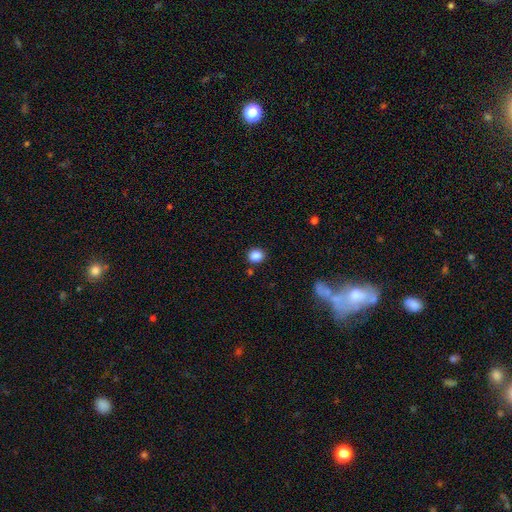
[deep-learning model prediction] The model was most divided on "how rounded": round: 78%, in between: 21%, cigar-shaped: 1%. More confident: merging — none (86%); smooth or featured — smooth (86%).